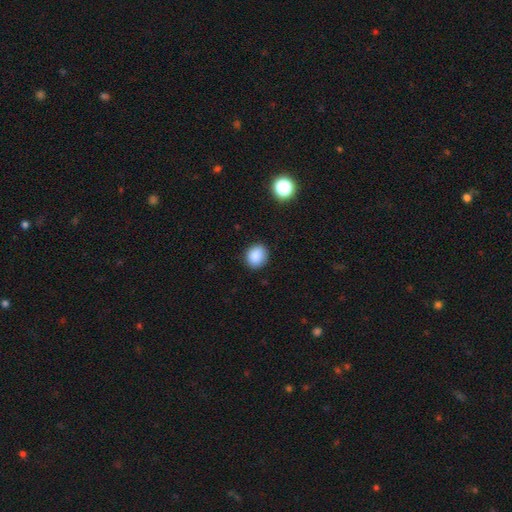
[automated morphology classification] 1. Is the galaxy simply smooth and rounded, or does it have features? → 87% smooth, 10% star or artifact, 4% featured or disk.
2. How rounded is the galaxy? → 74% round, 25% in between, 1% cigar-shaped.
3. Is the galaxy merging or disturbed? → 88% none, 8% minor disturbance, 2% major disturbance, 1% merger.